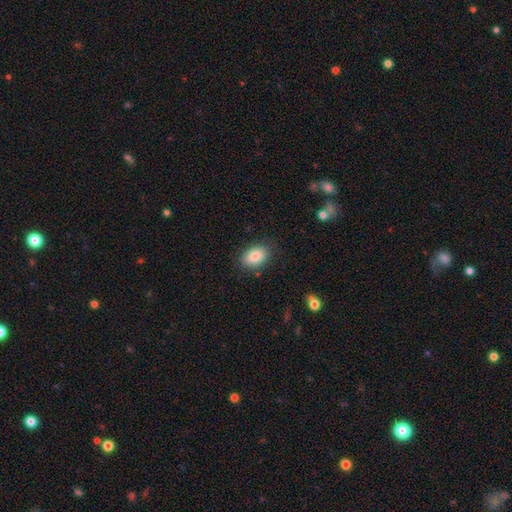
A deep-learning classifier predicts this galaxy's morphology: smooth 84%, featured or disk 9%, star or artifact 8%. Down the decision tree: how rounded — in between (85%); merging — none (83%).